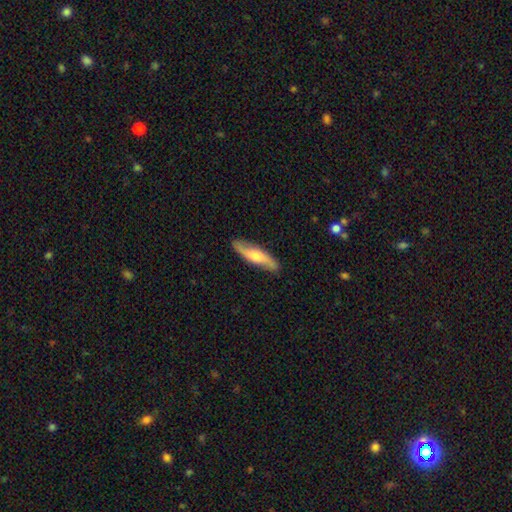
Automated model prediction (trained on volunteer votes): smooth_or_featured: featured or disk (p=0.57) [alt: smooth p=0.37]
disk_edge_on: no (p=0.56) [alt: yes p=0.44]
merging: none (p=0.85) [alt: minor disturbance p=0.11]